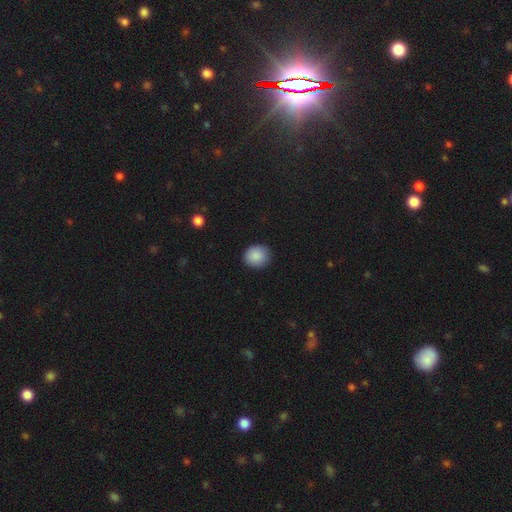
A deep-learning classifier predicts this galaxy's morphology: A smooth galaxy with no disk features (89%) that is round (81%).

Vote fractions:
- Smooth or featured? smooth: 89% / star or artifact: 8% / featured or disk: 3%
- How rounded? round: 81% / in between: 18% / cigar-shaped: 1%
- Merging? none: 89% / minor disturbance: 8% / major disturbance: 2% / merger: 1%